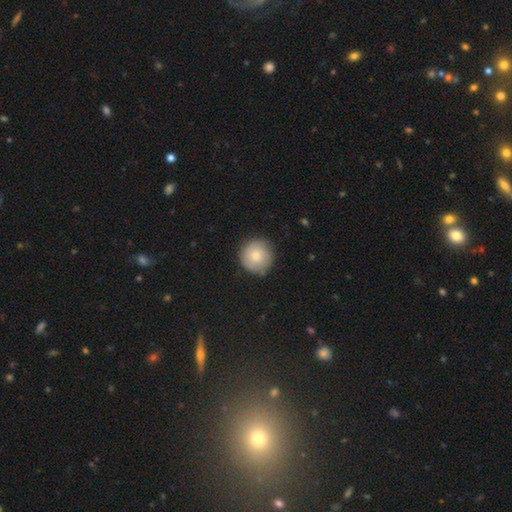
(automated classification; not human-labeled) Q: Smooth or featured?
A: smooth (75%); runner-up: featured or disk (18%)
Q: How rounded?
A: round (95%); runner-up: in between (4%)
Q: Merging?
A: none (84%); runner-up: minor disturbance (12%)